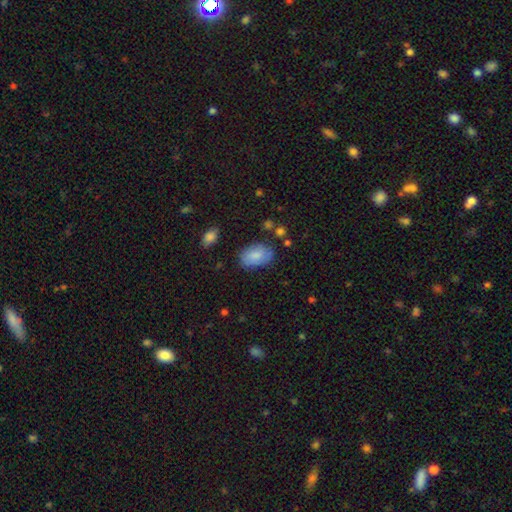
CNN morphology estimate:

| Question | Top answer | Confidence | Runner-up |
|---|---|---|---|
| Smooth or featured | smooth | 80% | featured or disk (13%) |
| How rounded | in between | 90% | round (8%) |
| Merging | none | 70% | minor disturbance (21%) |